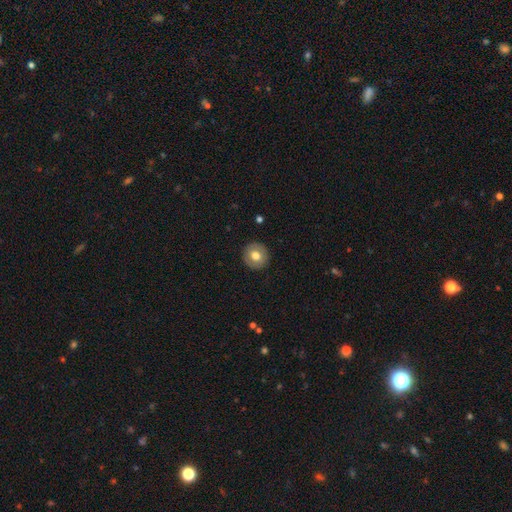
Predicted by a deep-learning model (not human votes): Overall: smooth (72%). How rounded: round (92%). Merging: none (91%).